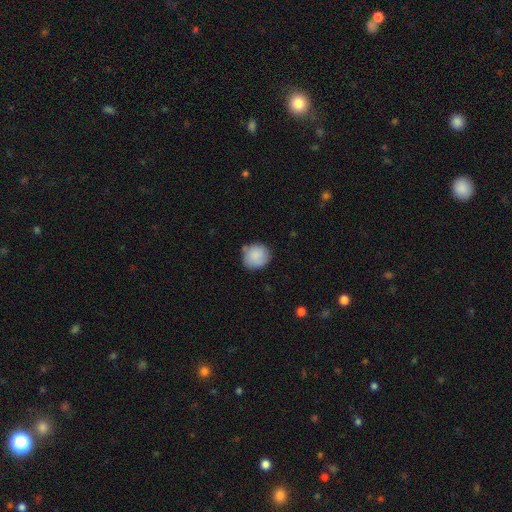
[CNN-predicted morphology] Smooth or featured: smooth — 84% (featured or disk — 9%)
How rounded: round — 86% (in between — 13%)
Merging: none — 73% (minor disturbance — 19%)